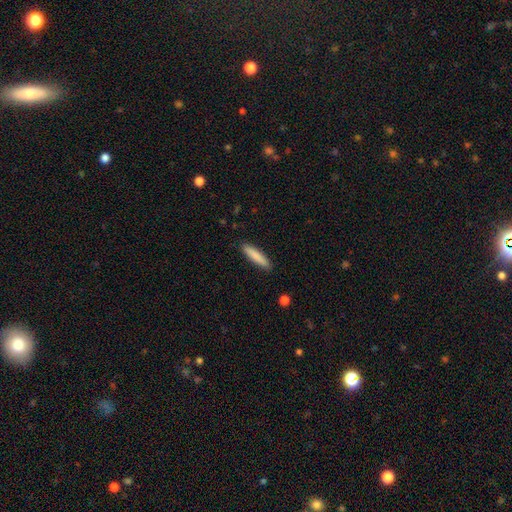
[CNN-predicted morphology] A smooth galaxy with no disk features (84%) that is cigar-shaped (86%). Merging: none (90%).